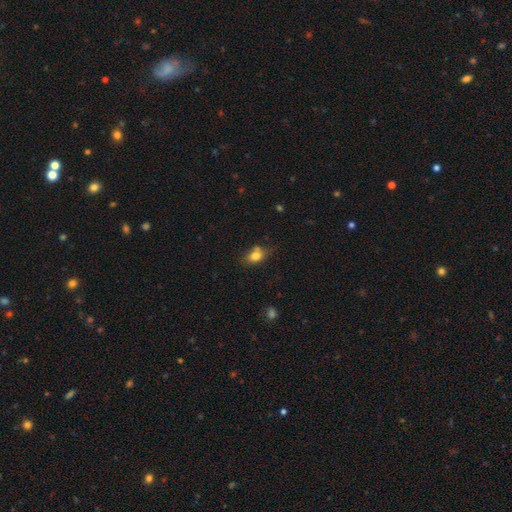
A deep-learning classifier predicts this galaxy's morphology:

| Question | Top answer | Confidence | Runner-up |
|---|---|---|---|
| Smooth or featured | smooth | 79% | featured or disk (11%) |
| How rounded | in between | 72% | round (25%) |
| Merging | none | 60% | minor disturbance (23%) |